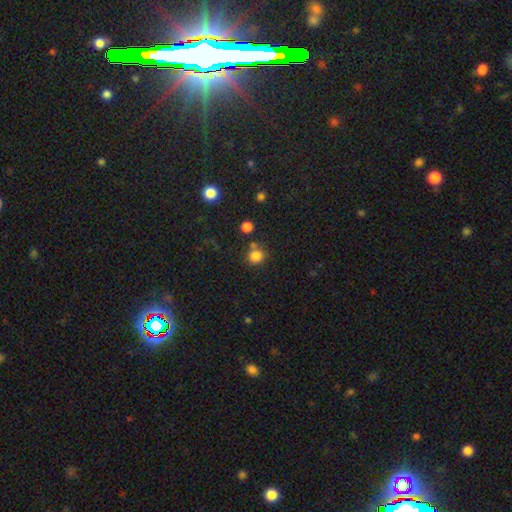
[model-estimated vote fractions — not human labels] Q: Smooth or featured?
A: smooth (82%); runner-up: star or artifact (13%)
Q: How rounded?
A: round (86%); runner-up: in between (13%)
Q: Merging?
A: none (69%); runner-up: merger (16%)